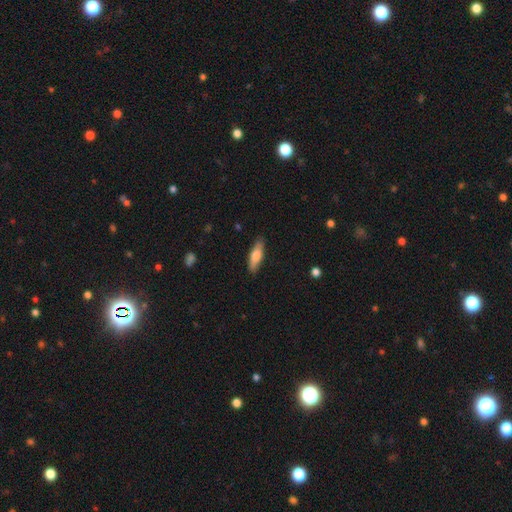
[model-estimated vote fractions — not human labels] Morphology: type=smooth (68%); roundness=cigar-shaped (53%); merging=none (86%).